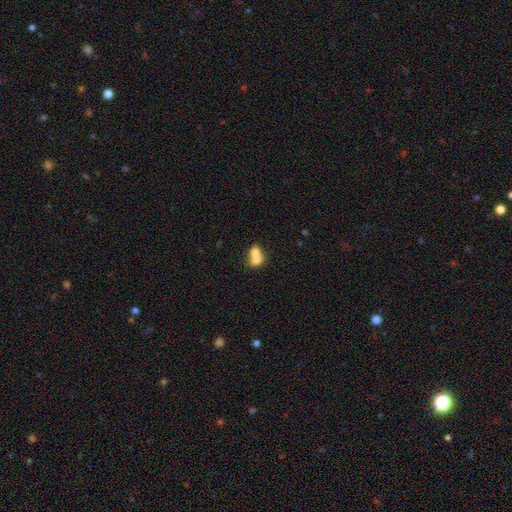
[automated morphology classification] This is likely a smooth galaxy (68%). How rounded: possibly in between (50%). Merging: likely merger (73%).